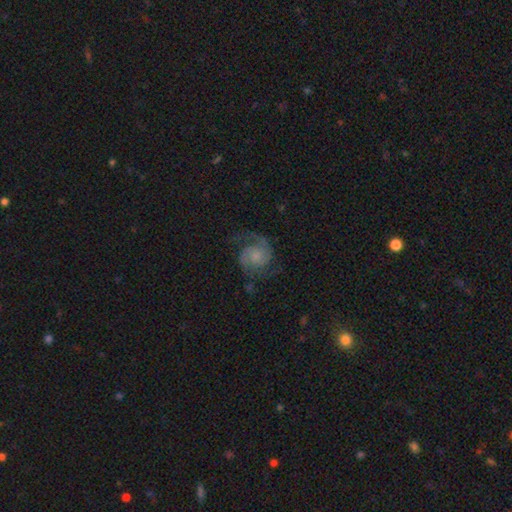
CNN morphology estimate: Smooth or featured?
  - featured or disk: 86% *
  - smooth: 8%
  - star or artifact: 6%
Edge-on disk?
  - no: 98% *
  - yes: 2%
Bar?
  - no: 71% *
  - weak: 25%
  - strong: 4%
Spiral arms?
  - yes: 97% *
  - no: 3%
Spiral winding?
  - medium: 52% *
  - tight: 24%
  - loose: 23%
Spiral arm count?
  - 2: 90% *
  - can't tell: 3%
  - 3: 2%
  - 1: 2%
  - 4: 1%
  - more than 4: 1%
Bulge size?
  - small: 41% *
  - none: 26%
  - moderate: 24%
  - large: 7%
  - dominant: 2%
Merging?
  - none: 72% *
  - minor disturbance: 16%
  - major disturbance: 11%
  - merger: 1%